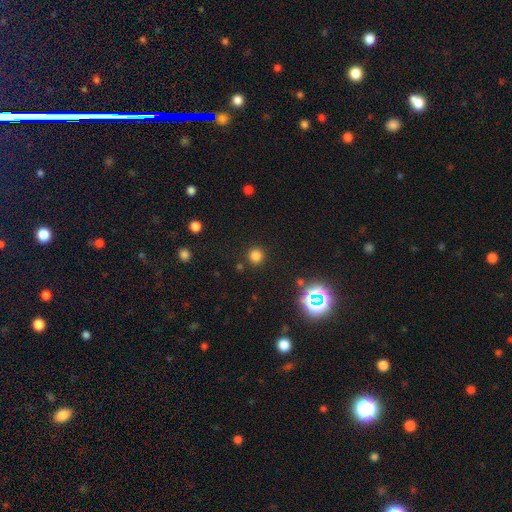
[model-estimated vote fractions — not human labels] This is likely a smooth galaxy (77%). How rounded: clearly round (94%). Merging: clearly none (89%).